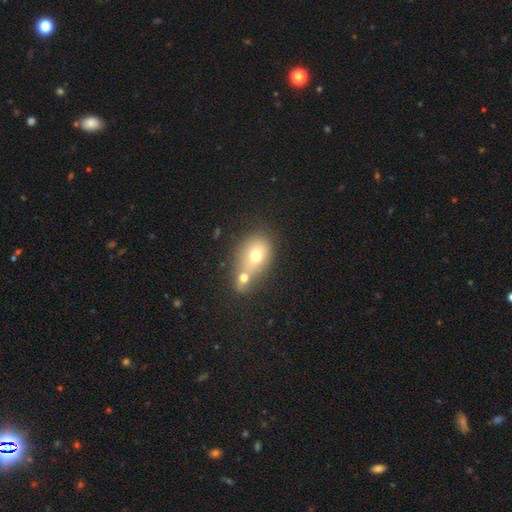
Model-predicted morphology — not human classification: This appears to be a smooth galaxy with no disk features (69%) that is in between round and cigar-shaped (53%). Merging: merger (57%).